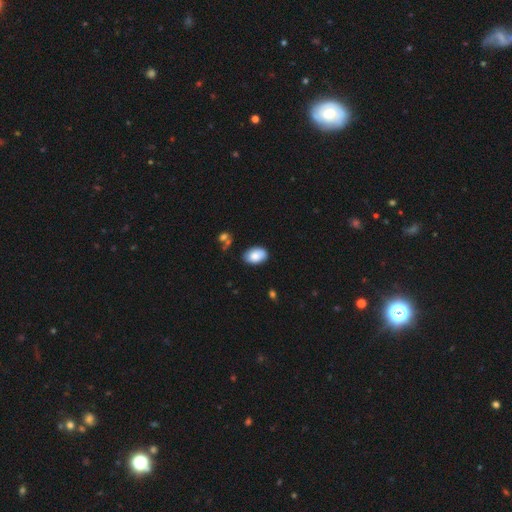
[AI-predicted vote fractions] This appears to be a smooth galaxy with no disk features (85%) that is in between round and cigar-shaped (91%). Merging: none (81%).